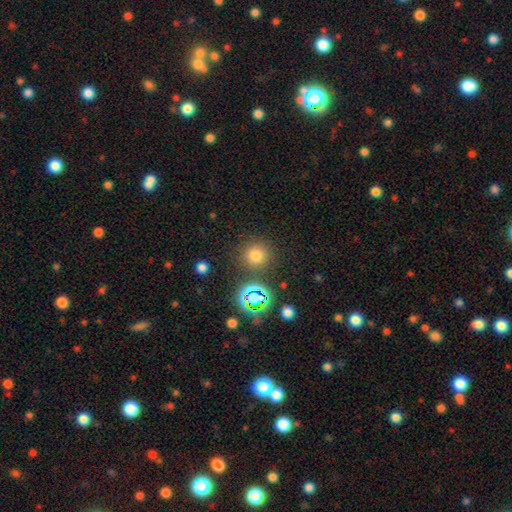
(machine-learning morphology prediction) smooth 72%, star or artifact 21%, featured or disk 6%. Down the decision tree: how rounded — round (93%); merging — none (84%).